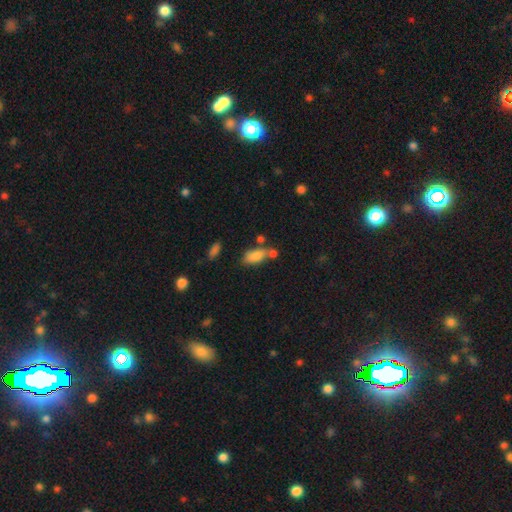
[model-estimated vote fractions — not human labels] Smooth or featured: smooth — 82% (featured or disk — 9%)
How rounded: in between — 85% (cigar-shaped — 12%)
Merging: none — 50% (merger — 26%)